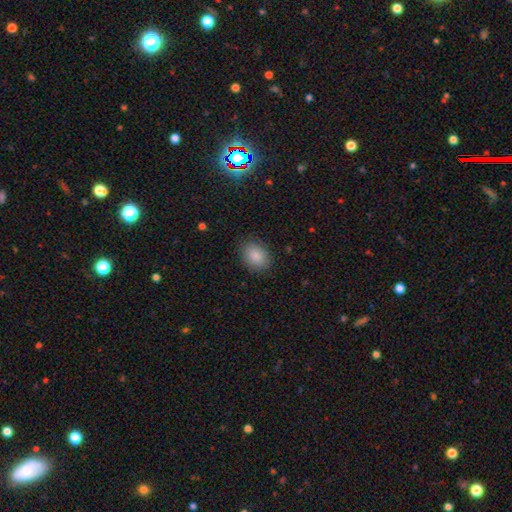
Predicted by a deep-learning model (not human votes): A smooth galaxy with no disk features (86%) that is in between round and cigar-shaped (56%).

Vote fractions:
- Smooth or featured? smooth: 86% / star or artifact: 9% / featured or disk: 6%
- How rounded? in between: 56% / round: 43% / cigar-shaped: 1%
- Merging? none: 86% / minor disturbance: 10% / major disturbance: 3% / merger: 1%